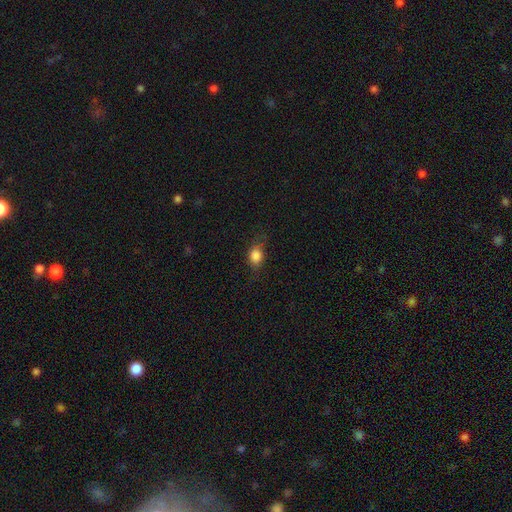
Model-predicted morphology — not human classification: smooth 84%, star or artifact 10%, featured or disk 7%. Down the decision tree: how rounded — in between (50%); merging — none (69%).